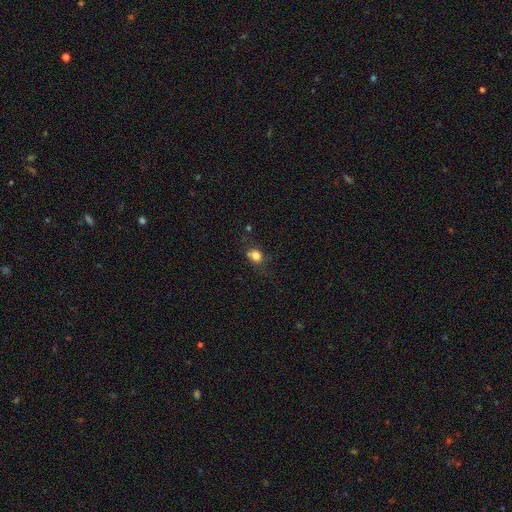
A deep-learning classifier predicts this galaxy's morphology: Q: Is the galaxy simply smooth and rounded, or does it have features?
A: smooth — 79%.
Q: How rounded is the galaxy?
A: round — 68%.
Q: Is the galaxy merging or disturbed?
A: none — 60%.